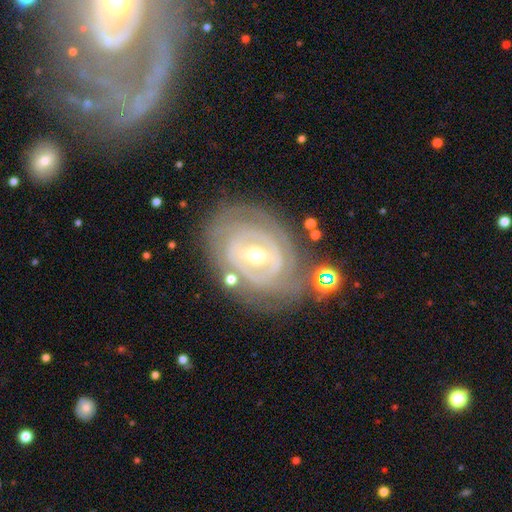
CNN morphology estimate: Overall: featured or disk (82%). Edge-on disk: no (95%). Bar: weak (40%; strong 35%). Spiral arms: yes (68%; no 32%). Spiral arm count: can't tell (47%; 2 28%). Spiral winding: tight (74%). Bulge size: moderate (56%; small 39%). Merging: none (69%).